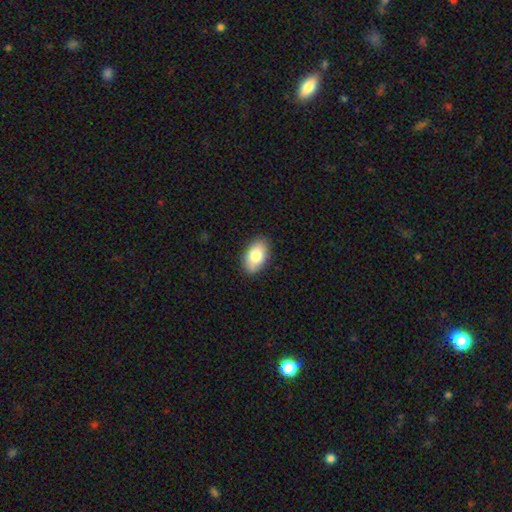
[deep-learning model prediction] This appears to be a smooth galaxy with no disk features (82%) that is in between round and cigar-shaped (93%). Merging: none (87%).